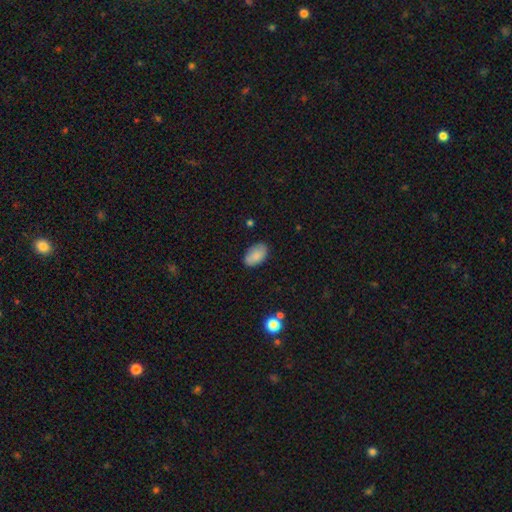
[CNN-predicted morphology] Smooth or featured? Predicted: smooth (p=0.85). How rounded? Predicted: in between (p=0.93). Merging? Predicted: none (p=0.82).